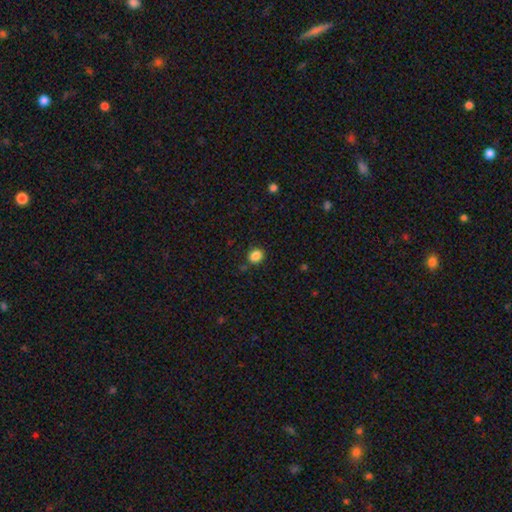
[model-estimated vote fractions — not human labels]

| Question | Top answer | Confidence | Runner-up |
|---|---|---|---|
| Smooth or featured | smooth | 86% | star or artifact (11%) |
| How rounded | round | 74% | in between (25%) |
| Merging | none | 85% | minor disturbance (10%) |